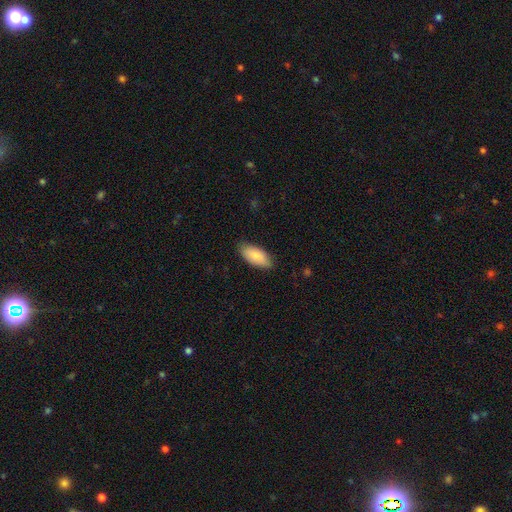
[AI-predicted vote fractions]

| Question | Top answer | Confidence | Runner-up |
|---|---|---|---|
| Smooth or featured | smooth | 85% | featured or disk (9%) |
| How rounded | in between | 89% | cigar-shaped (9%) |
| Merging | none | 84% | minor disturbance (13%) |